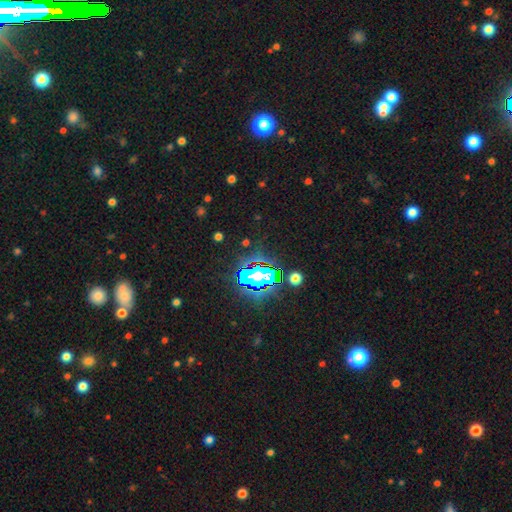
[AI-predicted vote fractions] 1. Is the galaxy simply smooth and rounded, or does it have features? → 81% star or artifact, 11% smooth, 8% featured or disk.